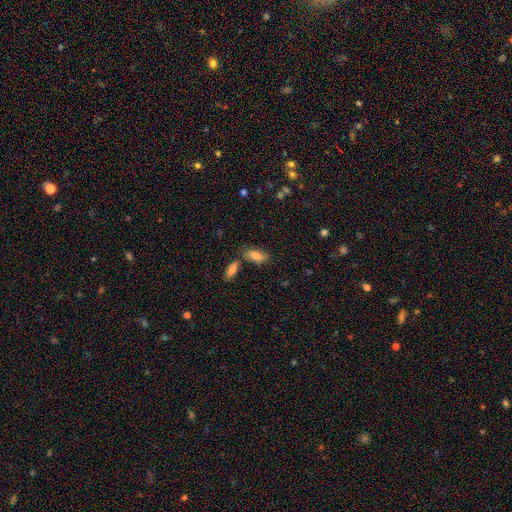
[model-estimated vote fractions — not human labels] This appears to be a smooth galaxy with no disk features (79%) that is in between round and cigar-shaped (82%). Merging: none (66%).